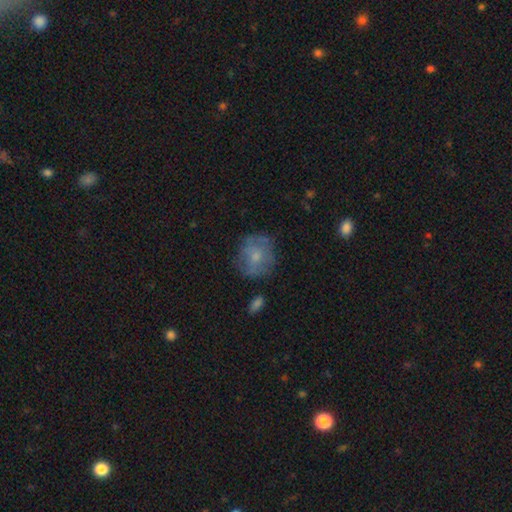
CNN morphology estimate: Q: Smooth or featured?
A: smooth (55%); runner-up: featured or disk (36%)
Q: How rounded?
A: round (81%); runner-up: in between (18%)
Q: Merging?
A: none (68%); runner-up: minor disturbance (21%)